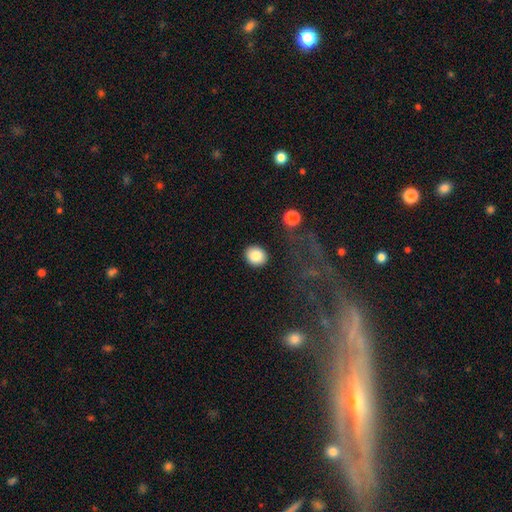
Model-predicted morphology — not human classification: A smooth galaxy with no disk features (84%) that is round (72%). Merging: none (89%).